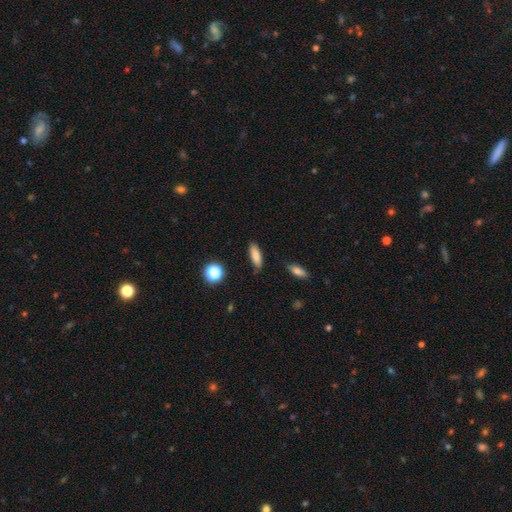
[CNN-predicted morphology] type=smooth (83%); roundness=in between (59%); merging=none (82%).